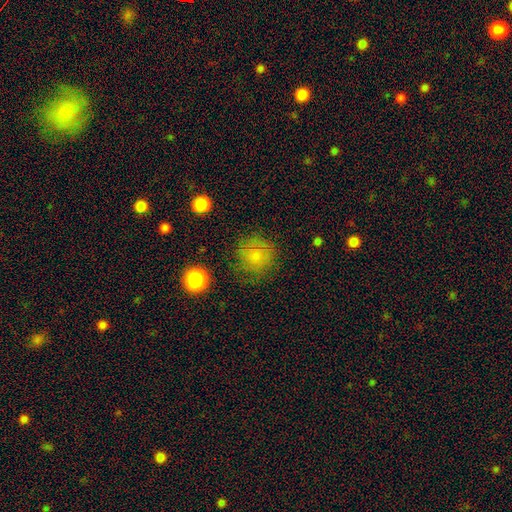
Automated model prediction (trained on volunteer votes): smooth-or-featured: smooth: 75% | featured or disk: 13% | star or artifact: 12%
  how-rounded: round: 91% | in between: 8% | cigar-shaped: 1%
  merging: none: 75% | minor disturbance: 16% | major disturbance: 7% | merger: 2%